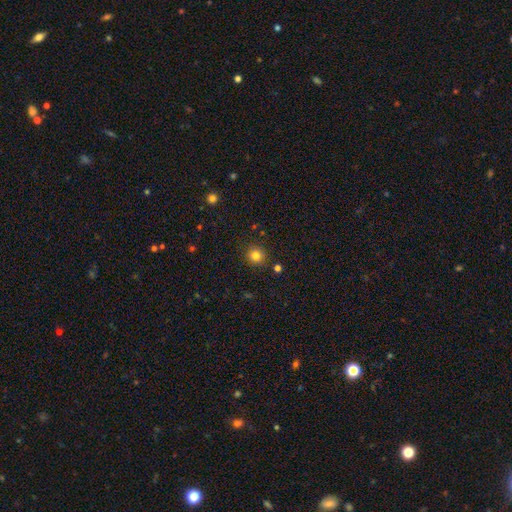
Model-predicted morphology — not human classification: Smooth or featured? smooth (81%)
How rounded? round (93%)
Merging? none (89%)